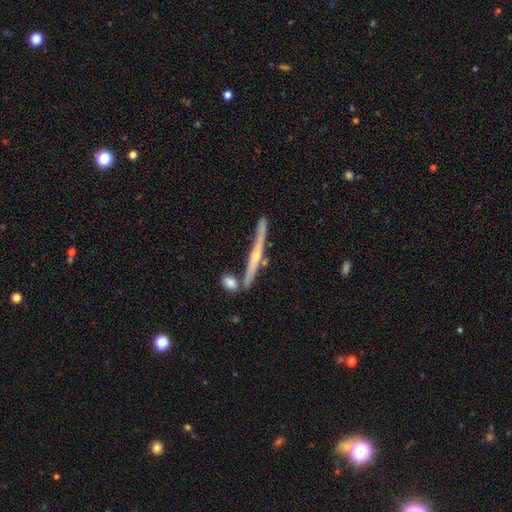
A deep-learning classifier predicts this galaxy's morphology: A featured or disk galaxy (79%) viewed edge-on (97%) with a rounded central bulge (83%). Merging: none (79%).